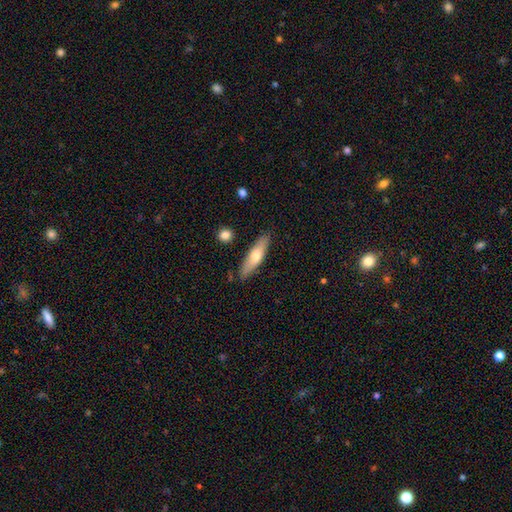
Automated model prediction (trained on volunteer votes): Smooth or featured? smooth (60%)
How rounded? cigar-shaped (69%)
Merging? none (84%)